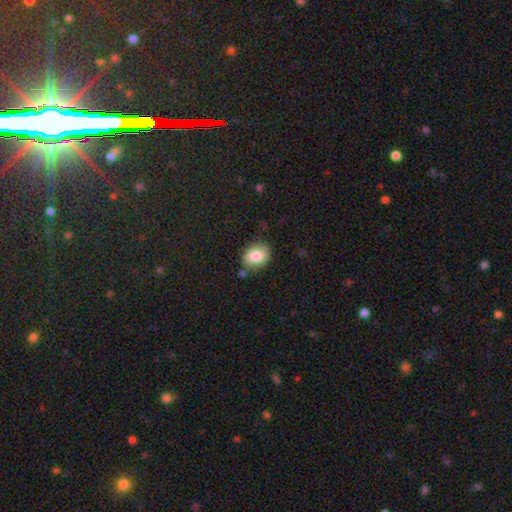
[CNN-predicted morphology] smooth 80%, featured or disk 12%, star or artifact 8%. Down the decision tree: how rounded — in between (57%); merging — none (74%).